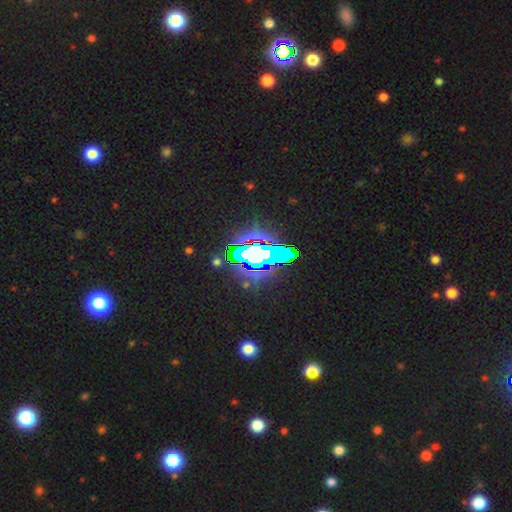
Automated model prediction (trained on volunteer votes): Smooth or featured: star or artifact — 64% (featured or disk — 18%)